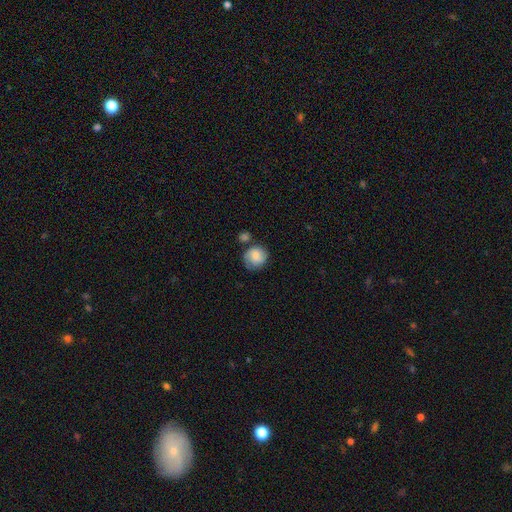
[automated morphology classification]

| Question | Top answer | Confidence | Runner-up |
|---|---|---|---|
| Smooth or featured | smooth | 69% | featured or disk (23%) |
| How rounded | round | 81% | in between (18%) |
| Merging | none | 61% | minor disturbance (20%) |